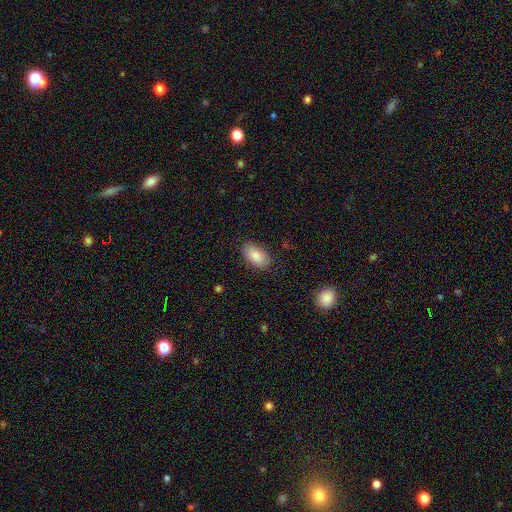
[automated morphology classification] This is clearly a smooth galaxy (84%). How rounded: clearly in between (94%). Merging: clearly none (84%).